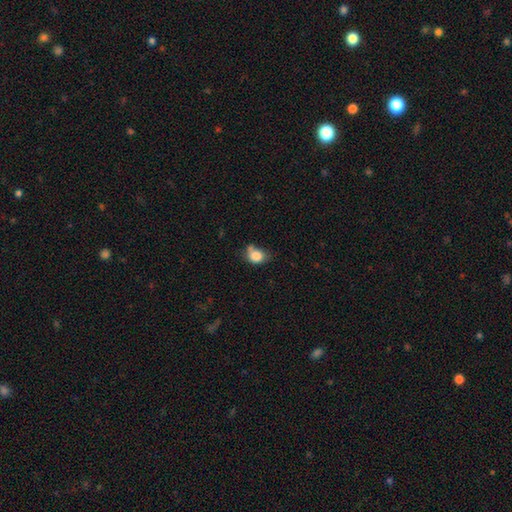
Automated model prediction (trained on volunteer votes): A smooth galaxy with no disk features (83%) that is round (53%).

Vote fractions:
- Smooth or featured? smooth: 83% / star or artifact: 10% / featured or disk: 7%
- How rounded? round: 53% / in between: 46% / cigar-shaped: 1%
- Merging? none: 43% / minor disturbance: 30% / merger: 17% / major disturbance: 10%